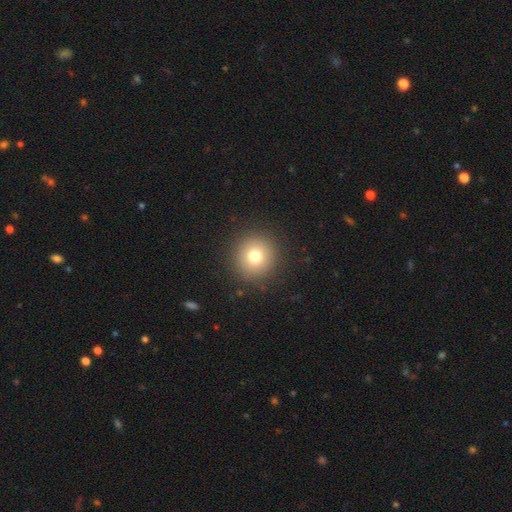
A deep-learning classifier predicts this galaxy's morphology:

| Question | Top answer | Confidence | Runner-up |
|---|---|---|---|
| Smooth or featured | smooth | 75% | star or artifact (16%) |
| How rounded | round | 95% | in between (4%) |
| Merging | none | 92% | minor disturbance (5%) |